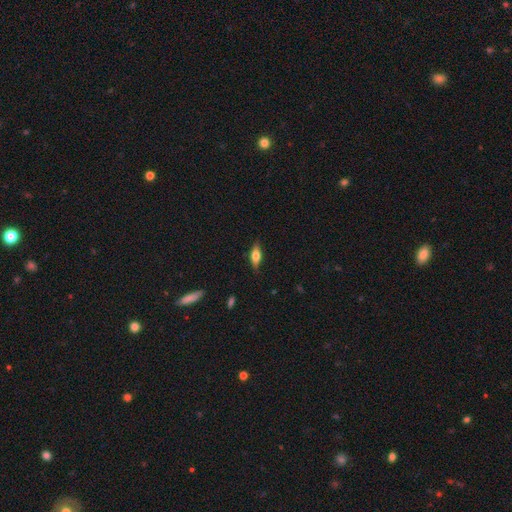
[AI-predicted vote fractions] smooth 60%, featured or disk 33%, star or artifact 7%. Down the decision tree: how rounded — in between (64%); merging — none (83%).